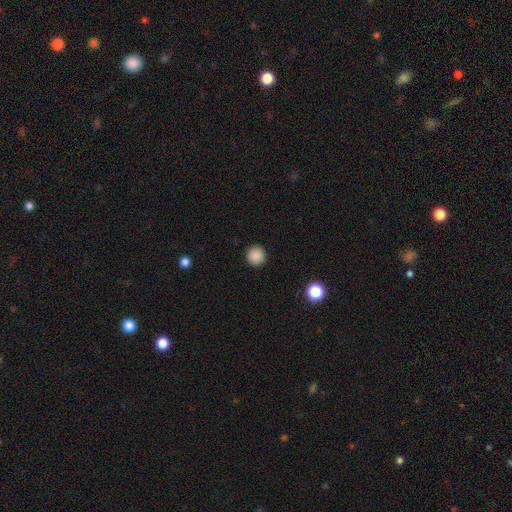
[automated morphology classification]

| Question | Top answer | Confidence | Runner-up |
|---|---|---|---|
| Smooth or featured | smooth | 88% | star or artifact (10%) |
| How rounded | round | 95% | in between (4%) |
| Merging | none | 92% | minor disturbance (5%) |